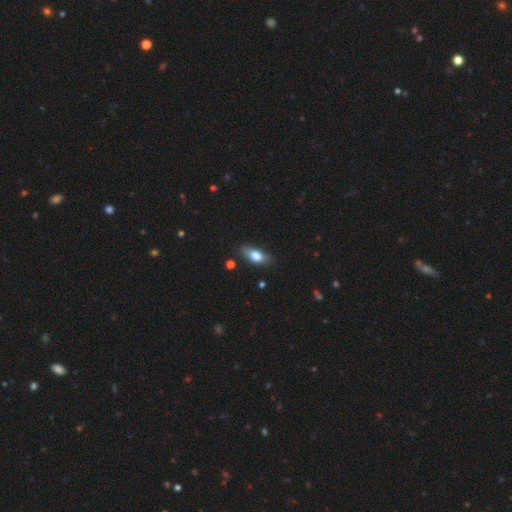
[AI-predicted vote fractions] Morphology: type=smooth (72%); roundness=in between (81%); merging=none (77%).